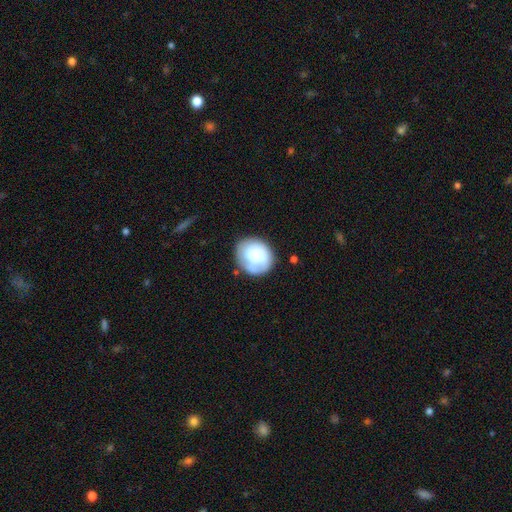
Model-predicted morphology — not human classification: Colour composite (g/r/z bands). It shows a smooth galaxy with no disk features (60%) that is round (74%). Merging: none (69%).